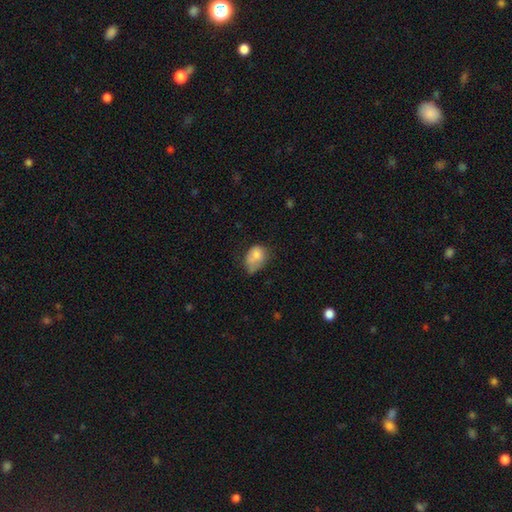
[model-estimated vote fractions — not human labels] Smooth or featured? Predicted: smooth (p=0.74). How rounded? Predicted: in between (p=0.68). Merging? Predicted: minor disturbance (p=0.38).